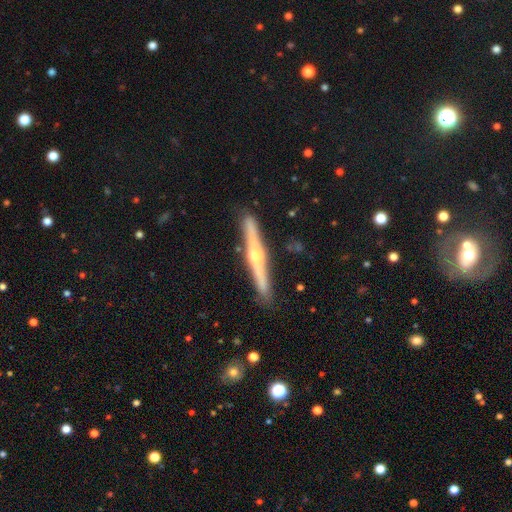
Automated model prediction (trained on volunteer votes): Overall: featured or disk (77%). Edge-on disk: yes (98%). Edge-on bulge: rounded (84%). Merging: none (90%).